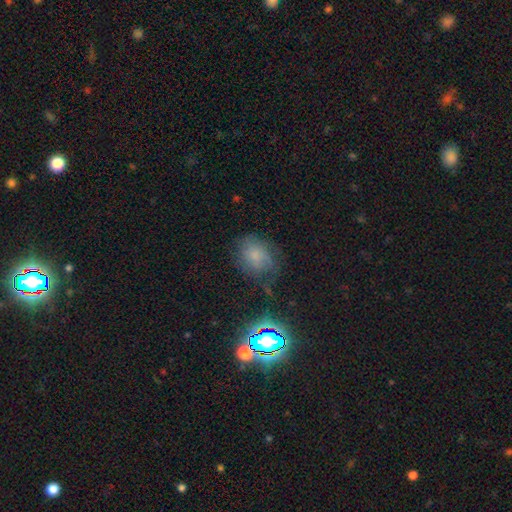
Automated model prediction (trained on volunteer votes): Smooth or featured: smooth — 62% (star or artifact — 21%)
How rounded: round — 56% (in between — 43%)
Merging: none — 63% (minor disturbance — 23%)